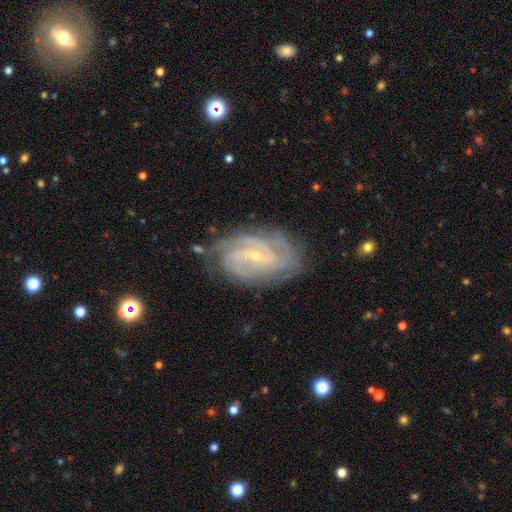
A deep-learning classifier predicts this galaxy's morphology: The model was most divided on "spiral arm count" (2-way tie): 2: 25%, 3: 25%, can't tell: 20%, 4: 17%, more than 4: 6%, 1: 6%. Remaining: spiral arms — yes (98%); edge-on disk — no (97%); smooth or featured — featured or disk (90%); bulge size — small (77%); merging — none (73%); spiral winding — tight (65%); bar — weak (41%).